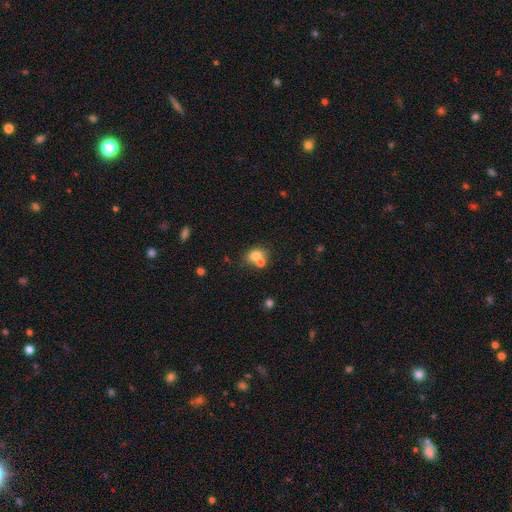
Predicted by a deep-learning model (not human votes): A smooth galaxy with no disk features (74%) that is in between round and cigar-shaped (59%).

Vote fractions:
- Smooth or featured? smooth: 74% / featured or disk: 14% / star or artifact: 12%
- How rounded? in between: 59% / round: 39% / cigar-shaped: 1%
- Merging? none: 44% / merger: 41% / minor disturbance: 11% / major disturbance: 4%